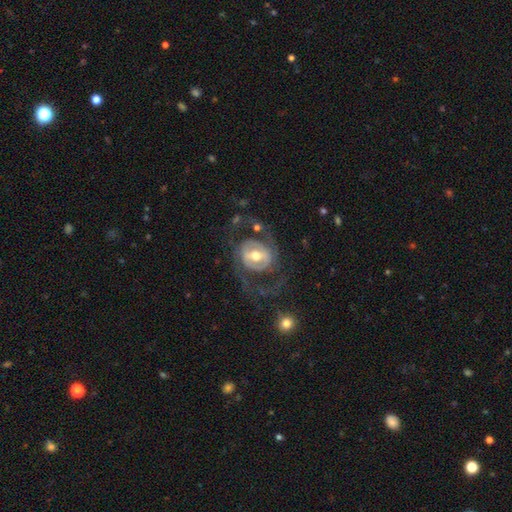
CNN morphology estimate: smooth_or_featured: featured or disk (p=0.80) [alt: smooth p=0.15]
disk_edge_on: no (p=0.96) [alt: yes p=0.04]
bar: strong (p=0.40) [alt: weak p=0.39]
has_spiral_arms: yes (p=0.72) [alt: no p=0.28]
spiral_winding: medium (p=0.44) [alt: loose p=0.34]
spiral_arm_count: 2 (p=0.78) [alt: can't tell p=0.10]
bulge_size: moderate (p=0.73) [alt: small p=0.14]
merging: none (p=0.57) [alt: major disturbance p=0.26]